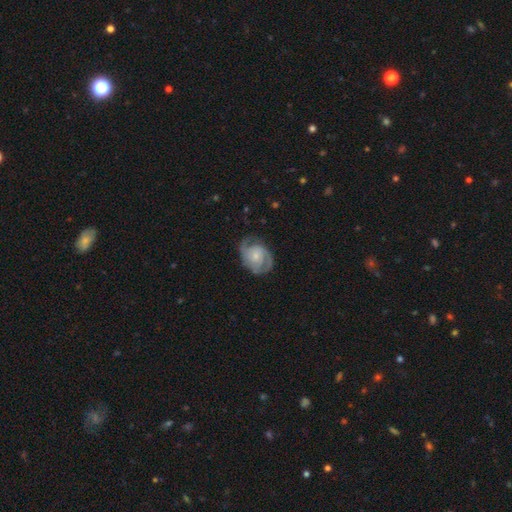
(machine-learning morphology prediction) type=featured or disk (80%); edge-on=no (98%); bar=no (68%); spiral arms=yes (95%); winding=tight (44%); arm count=2 (70%); bulge=small (62%); merging=none (69%).